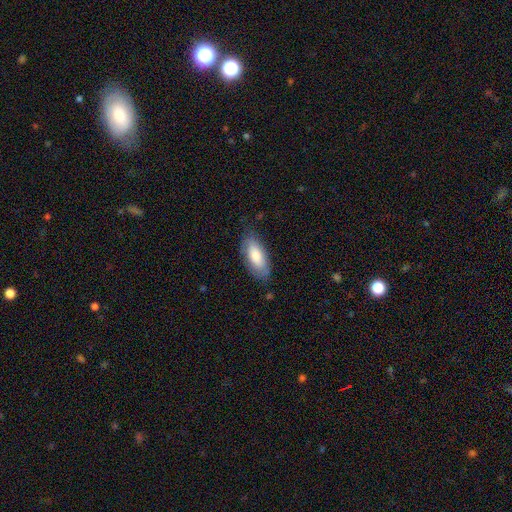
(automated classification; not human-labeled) The model was most divided on "smooth or featured": smooth: 73%, featured or disk: 21%, star or artifact: 6%. More confident: how rounded — in between (83%); merging — none (74%).